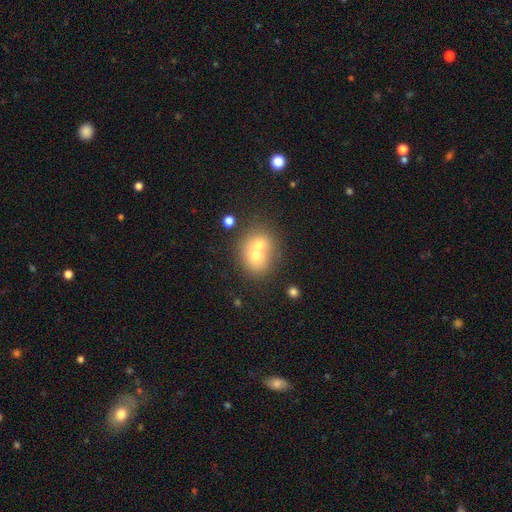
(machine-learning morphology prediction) smooth-or-featured: smooth: 64% | featured or disk: 25% | star or artifact: 10%
  how-rounded: round: 66% | in between: 34% | cigar-shaped: 1%
  merging: merger: 65% | none: 26% | minor disturbance: 6% | major disturbance: 3%